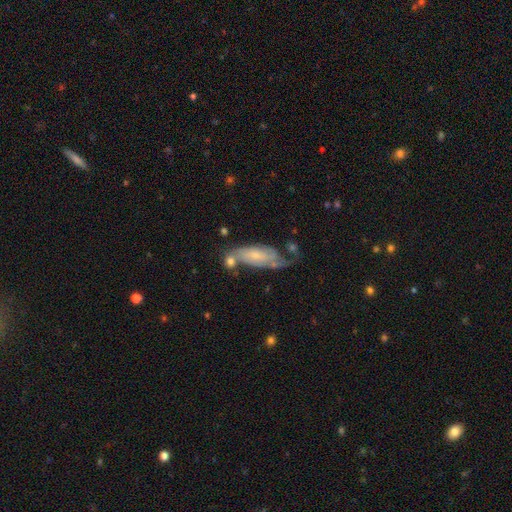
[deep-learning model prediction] This is likely a featured or disk galaxy (63%). It is clearly not viewed edge-on (87%). Bar: likely no (64%). Spiral arm pattern: clearly yes (86%). Central bulge: possibly small (59%). Merging: marginally none (38%).